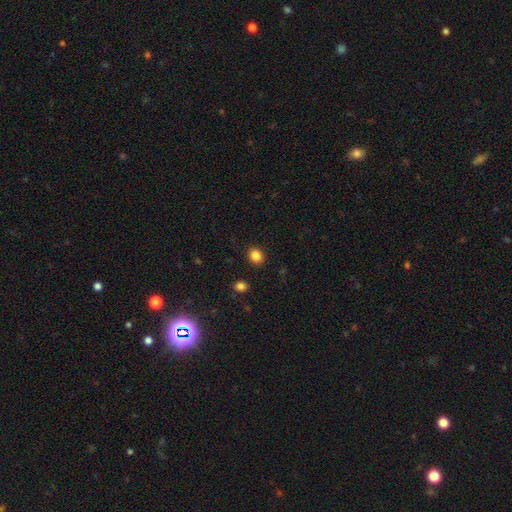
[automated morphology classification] Q: Smooth or featured?
A: smooth (85%); runner-up: star or artifact (11%)
Q: How rounded?
A: round (64%); runner-up: in between (35%)
Q: Merging?
A: none (90%); runner-up: minor disturbance (7%)